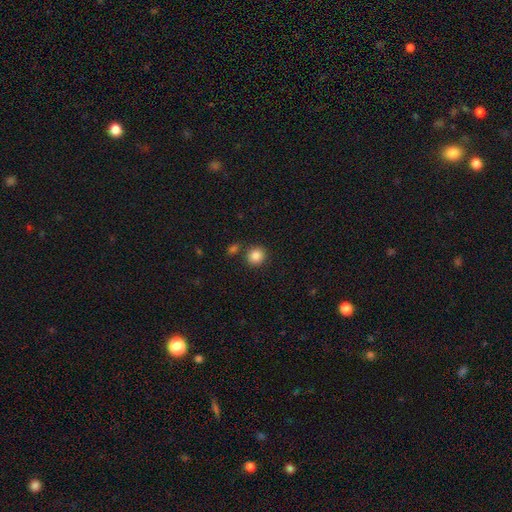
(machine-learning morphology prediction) This appears to be a smooth galaxy with no disk features (86%) that is round (85%). Merging: none (81%).